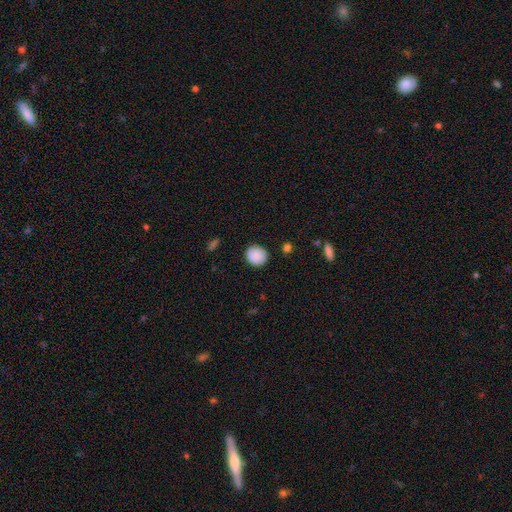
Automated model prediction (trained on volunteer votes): This is clearly a smooth galaxy (88%). How rounded: clearly round (84%). Merging: clearly none (87%).